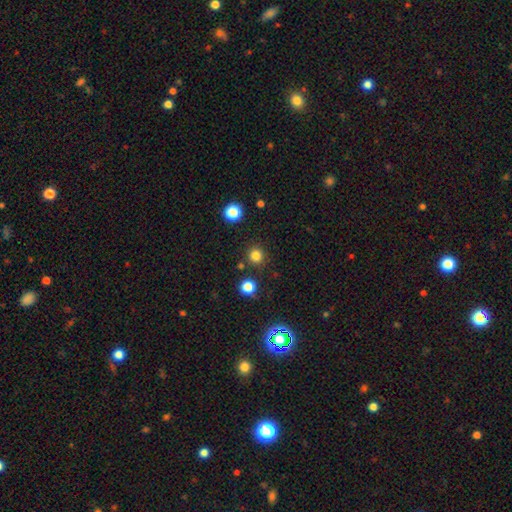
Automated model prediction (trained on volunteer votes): This is clearly a smooth galaxy (80%). How rounded: clearly round (94%). Merging: clearly none (88%).